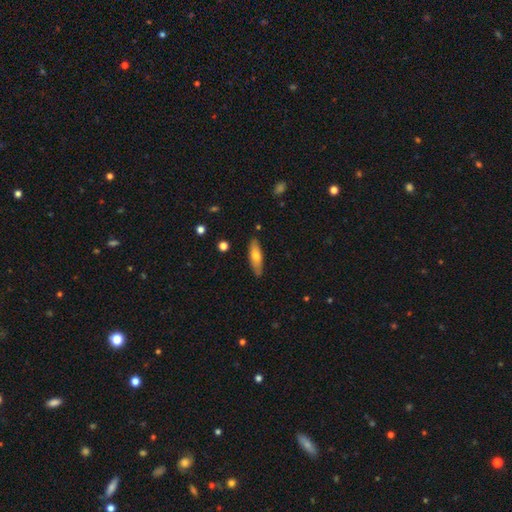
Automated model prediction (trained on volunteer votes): Smooth or featured? Predicted: smooth (p=0.65). How rounded? Predicted: cigar-shaped (p=0.50). Merging? Predicted: none (p=0.84).